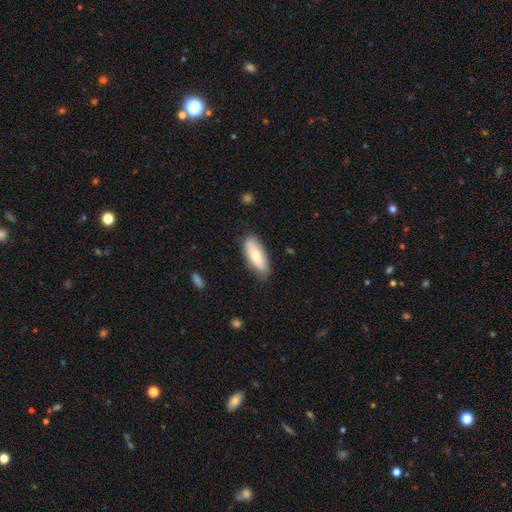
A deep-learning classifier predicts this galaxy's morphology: Smooth or featured? smooth (72%)
How rounded? in between (75%)
Merging? none (82%)